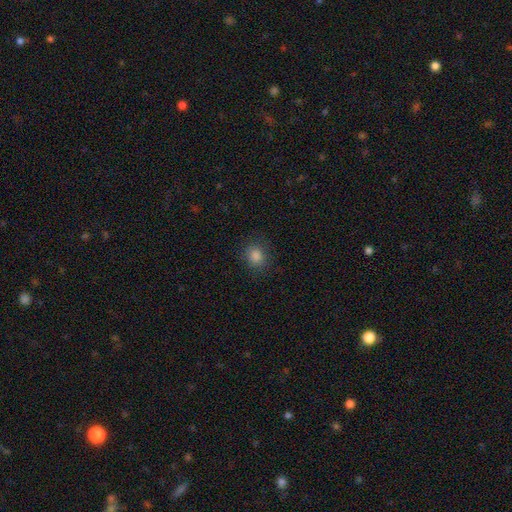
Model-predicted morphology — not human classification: smooth_or_featured: smooth (p=0.83) [alt: star or artifact p=0.13]
how_rounded: round (p=0.81) [alt: in between p=0.18]
merging: none (p=0.87) [alt: minor disturbance p=0.09]